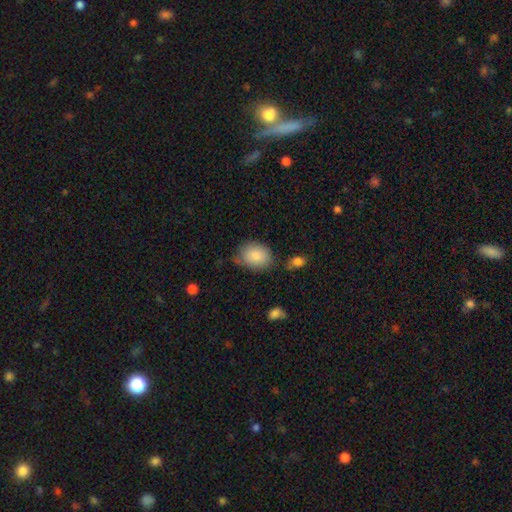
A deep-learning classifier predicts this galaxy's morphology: Smooth or featured?
  - smooth: 84% *
  - featured or disk: 9%
  - star or artifact: 7%
How rounded?
  - in between: 64% *
  - round: 35%
  - cigar-shaped: 1%
Merging?
  - none: 62% *
  - minor disturbance: 28%
  - major disturbance: 6%
  - merger: 5%